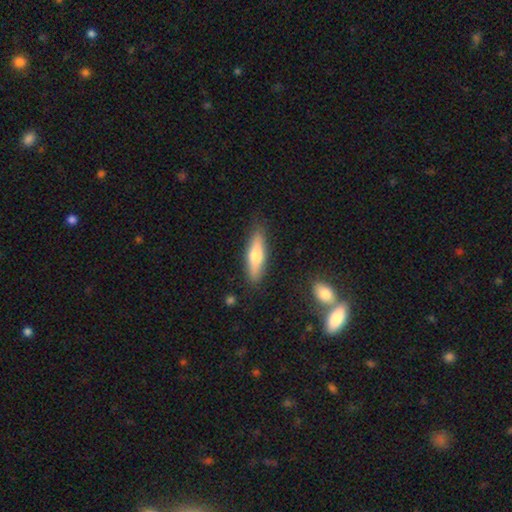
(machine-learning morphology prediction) Smooth or featured: smooth — 58% (featured or disk — 36%)
How rounded: cigar-shaped — 64% (in between — 34%)
Merging: none — 84% (minor disturbance — 11%)